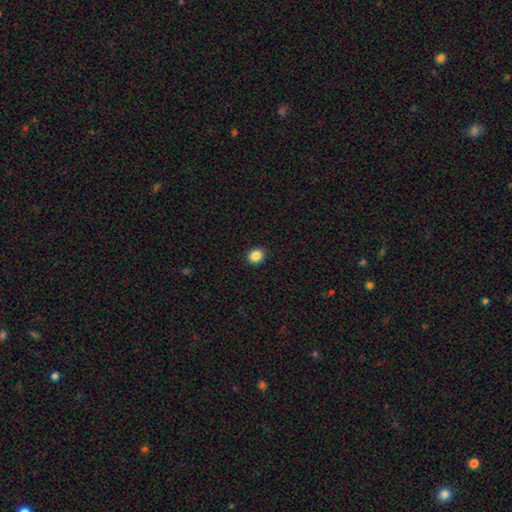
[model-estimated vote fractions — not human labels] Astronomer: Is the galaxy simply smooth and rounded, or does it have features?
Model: smooth — 86%.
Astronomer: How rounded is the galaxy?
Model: round — 78%.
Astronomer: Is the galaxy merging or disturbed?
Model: none — 92%.